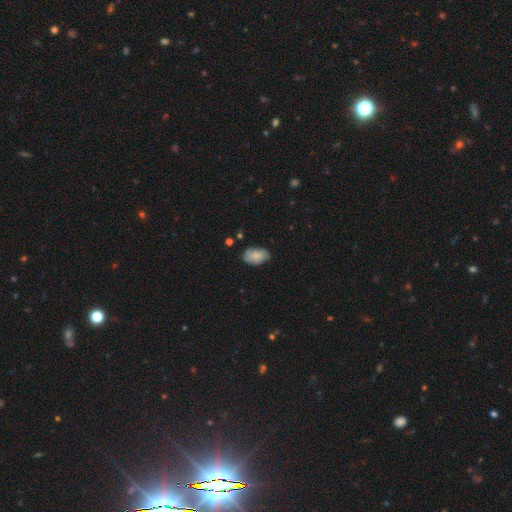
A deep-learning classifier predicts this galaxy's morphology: Smooth or featured: smooth — 75% (featured or disk — 18%)
How rounded: in between — 93% (round — 5%)
Merging: none — 74% (minor disturbance — 20%)